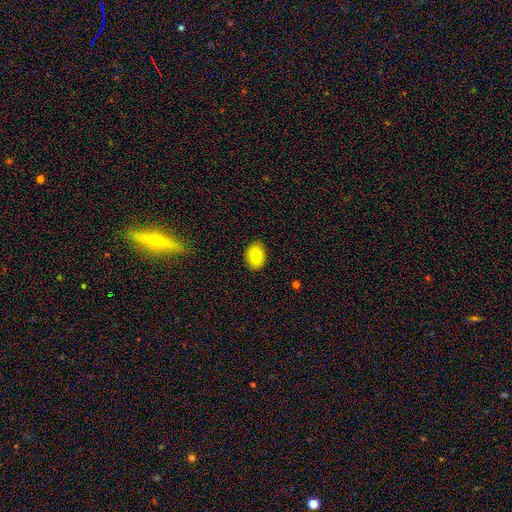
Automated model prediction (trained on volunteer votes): Smooth or featured?
  - smooth: 84% *
  - featured or disk: 8%
  - star or artifact: 8%
How rounded?
  - in between: 77% *
  - round: 22%
  - cigar-shaped: 1%
Merging?
  - none: 88% *
  - minor disturbance: 9%
  - major disturbance: 2%
  - merger: 1%